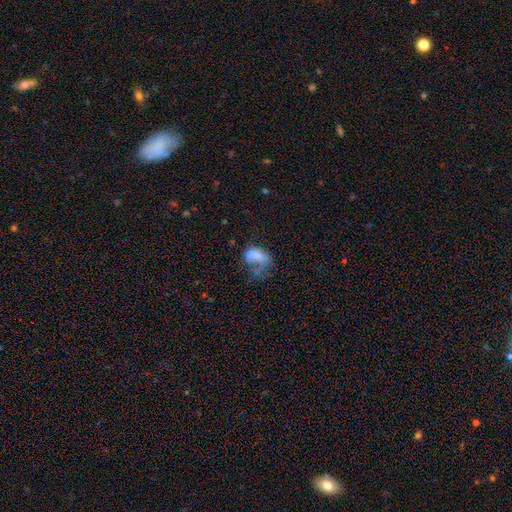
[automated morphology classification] smooth 61%, featured or disk 27%, star or artifact 12%. Down the decision tree: how rounded — in between (86%); merging — major disturbance (49%).